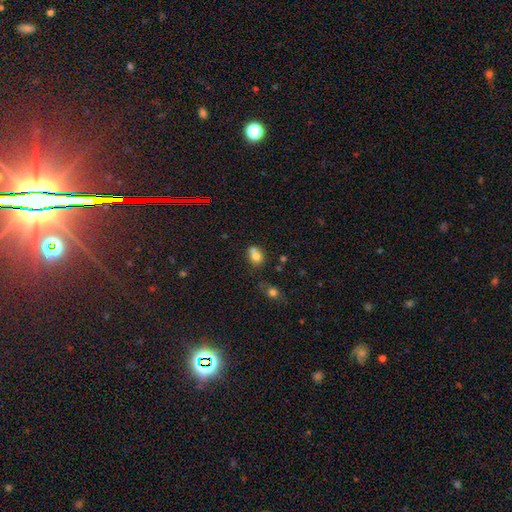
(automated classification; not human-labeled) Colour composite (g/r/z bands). It shows a smooth galaxy with no disk features (75%) that is in between round and cigar-shaped (51%). Merging: merger (40%).